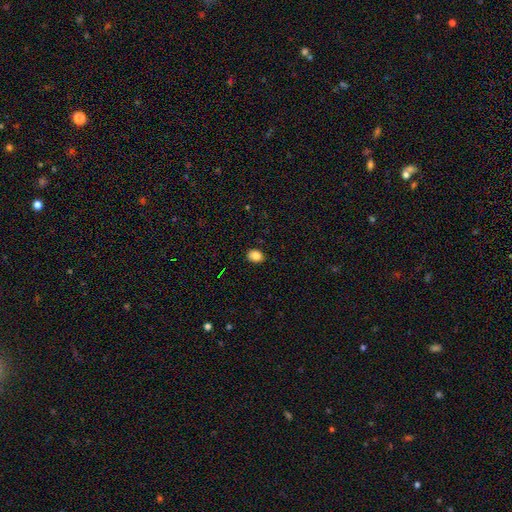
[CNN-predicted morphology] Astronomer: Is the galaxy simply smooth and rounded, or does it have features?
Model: smooth — 85%.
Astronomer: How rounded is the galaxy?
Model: in between — 63%.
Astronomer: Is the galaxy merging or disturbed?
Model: none — 89%.